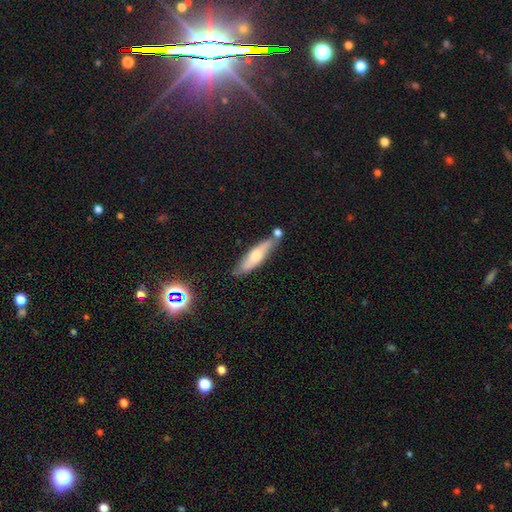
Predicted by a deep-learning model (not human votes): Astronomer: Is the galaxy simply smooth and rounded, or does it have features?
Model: smooth — 55% (runner-up: featured or disk, 38%).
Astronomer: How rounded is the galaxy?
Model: cigar-shaped — 74%.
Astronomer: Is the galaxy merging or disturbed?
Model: none — 62%.